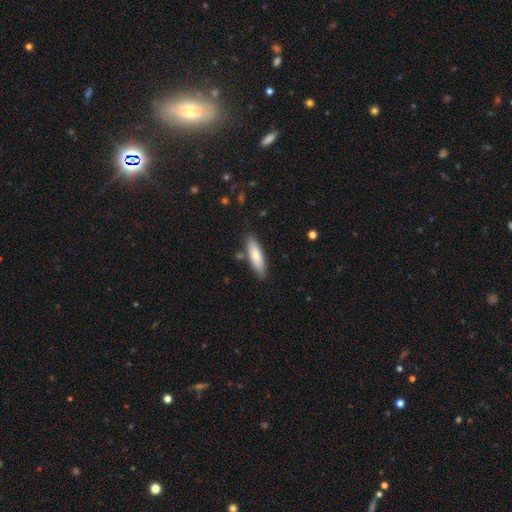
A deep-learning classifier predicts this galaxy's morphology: Overall: smooth (73%). How rounded: cigar-shaped (53%; in between 45%). Merging: none (83%).